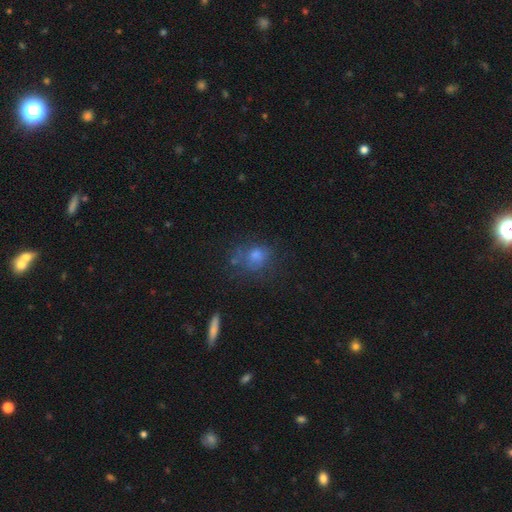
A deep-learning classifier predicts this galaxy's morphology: Smooth or featured?
  - smooth: 62% *
  - featured or disk: 19%
  - star or artifact: 19%
How rounded?
  - round: 66% *
  - in between: 32%
  - cigar-shaped: 2%
Merging?
  - none: 61% *
  - minor disturbance: 20%
  - major disturbance: 12%
  - merger: 7%